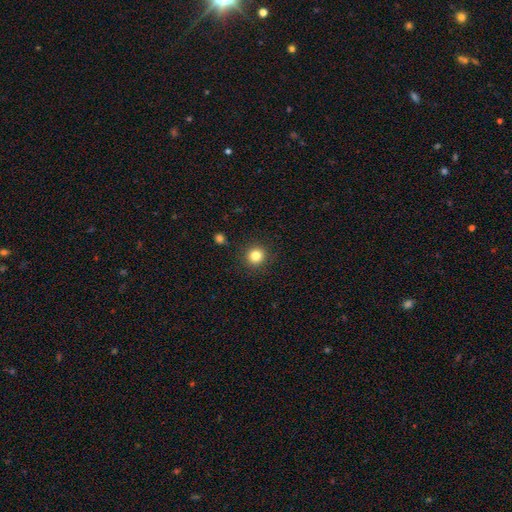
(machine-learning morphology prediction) A smooth galaxy with no disk features (83%) that is round (92%). Merging: none (90%).